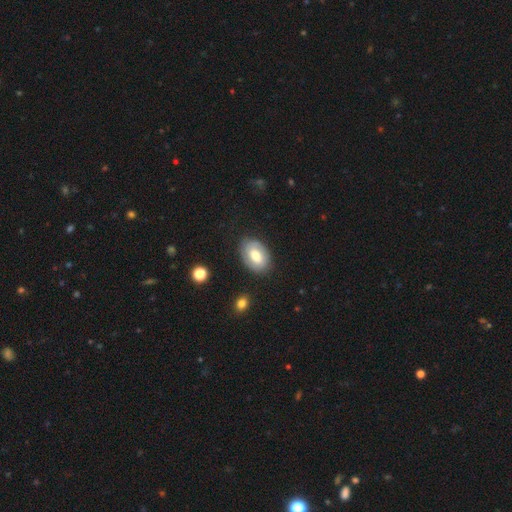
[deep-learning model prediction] A smooth galaxy with no disk features (52%) that is in between round and cigar-shaped (86%). Merging: none (79%).